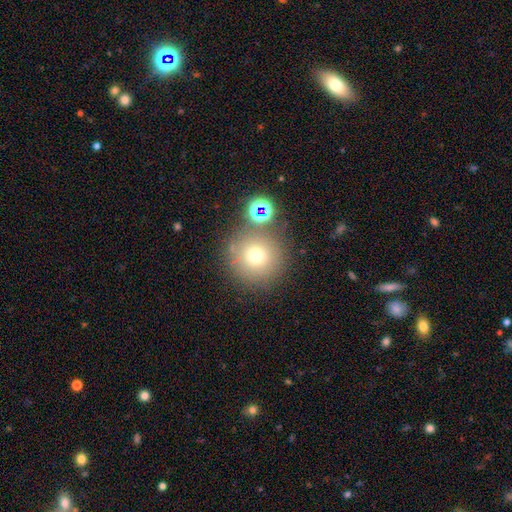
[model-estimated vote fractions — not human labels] smooth 69%, star or artifact 18%, featured or disk 13%. Down the decision tree: how rounded — round (95%); merging — none (76%).